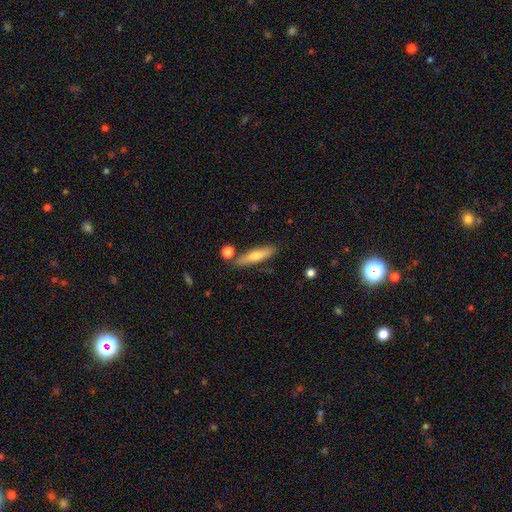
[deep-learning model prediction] smooth 60%, featured or disk 33%, star or artifact 7%. Down the decision tree: how rounded — cigar-shaped (77%); merging — none (81%).